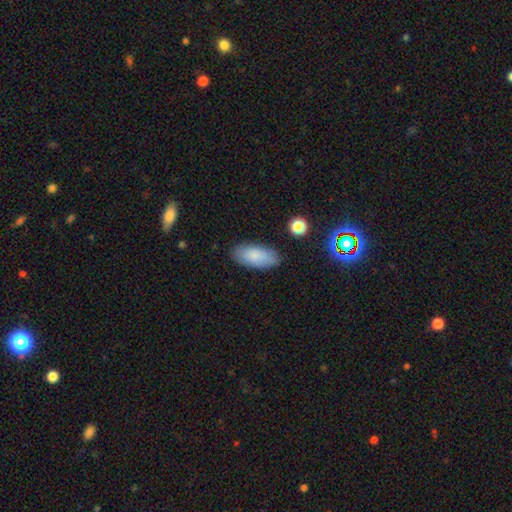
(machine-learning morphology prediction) smooth-or-featured: smooth: 85% | featured or disk: 8% | star or artifact: 7%
  how-rounded: in between: 89% | cigar-shaped: 9% | round: 2%
  merging: none: 85% | minor disturbance: 11% | major disturbance: 3% | merger: 2%